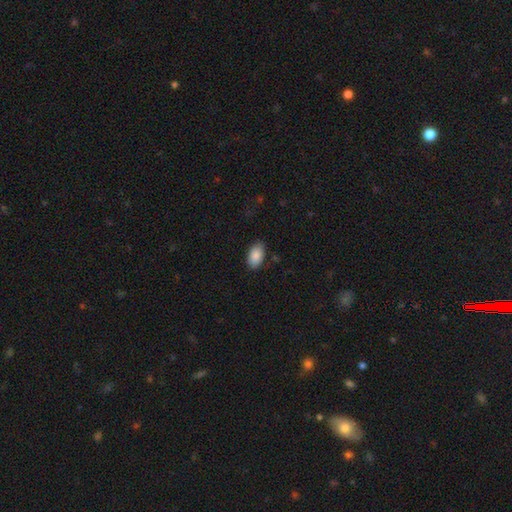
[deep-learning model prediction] Smooth or featured? Predicted: smooth (p=0.89). How rounded? Predicted: in between (p=0.94). Merging? Predicted: none (p=0.85).